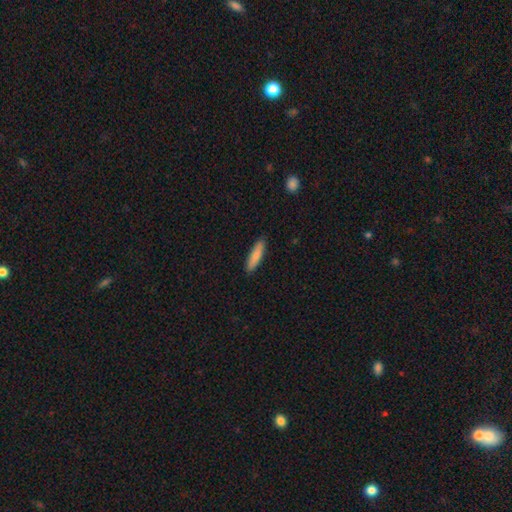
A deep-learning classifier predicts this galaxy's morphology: Smooth or featured? Predicted: smooth (p=0.83). How rounded? Predicted: cigar-shaped (p=0.77). Merging? Predicted: none (p=0.90).